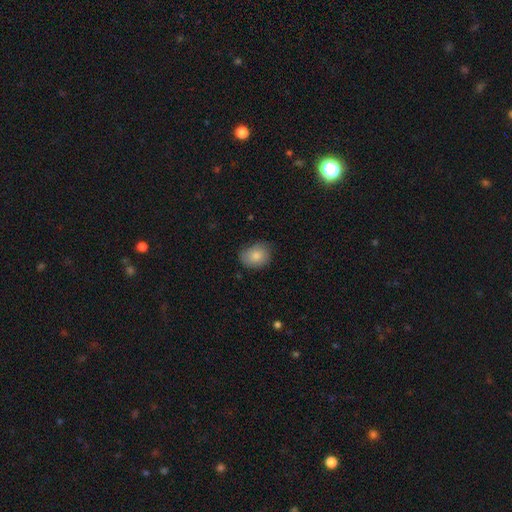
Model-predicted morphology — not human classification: A smooth galaxy with no disk features (84%) that is in between round and cigar-shaped (57%).

Vote fractions:
- Smooth or featured? smooth: 84% / featured or disk: 8% / star or artifact: 8%
- How rounded? in between: 57% / round: 42% / cigar-shaped: 1%
- Merging? none: 71% / minor disturbance: 23% / major disturbance: 4% / merger: 1%